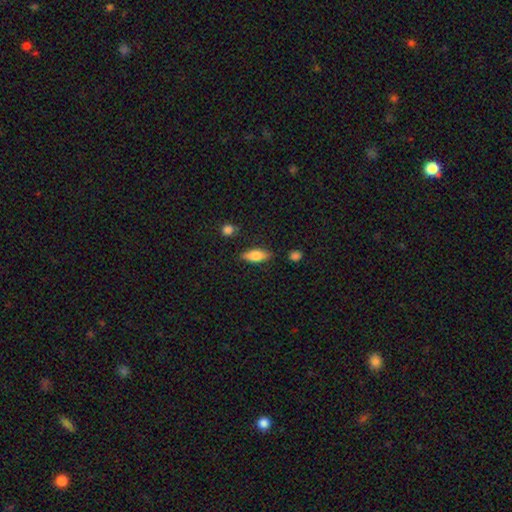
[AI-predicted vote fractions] smooth_or_featured: smooth (p=0.70) [alt: featured or disk p=0.23]
how_rounded: in between (p=0.70) [alt: cigar-shaped p=0.27]
merging: none (p=0.83) [alt: minor disturbance p=0.11]